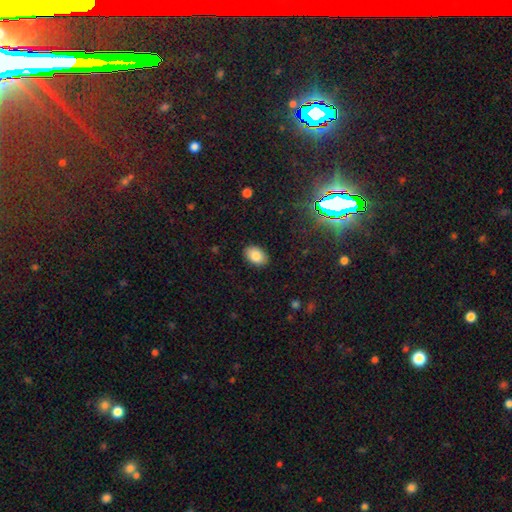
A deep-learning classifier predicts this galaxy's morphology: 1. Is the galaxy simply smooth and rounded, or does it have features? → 84% smooth, 8% star or artifact, 7% featured or disk.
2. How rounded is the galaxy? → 86% in between, 13% round, 1% cigar-shaped.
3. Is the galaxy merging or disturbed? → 88% none, 9% minor disturbance, 2% major disturbance, 1% merger.